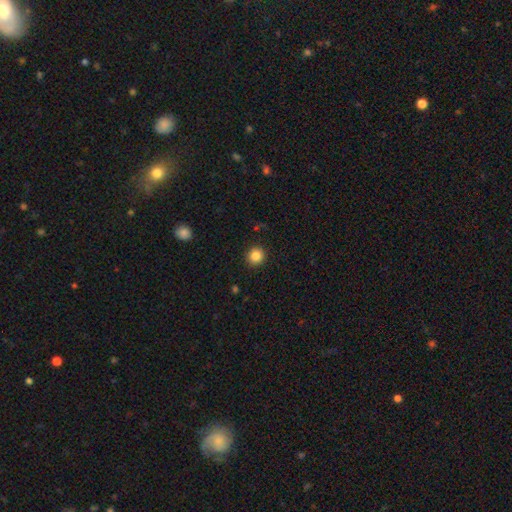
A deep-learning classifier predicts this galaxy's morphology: This is clearly a smooth galaxy (85%). How rounded: clearly round (92%). Merging: clearly none (92%).